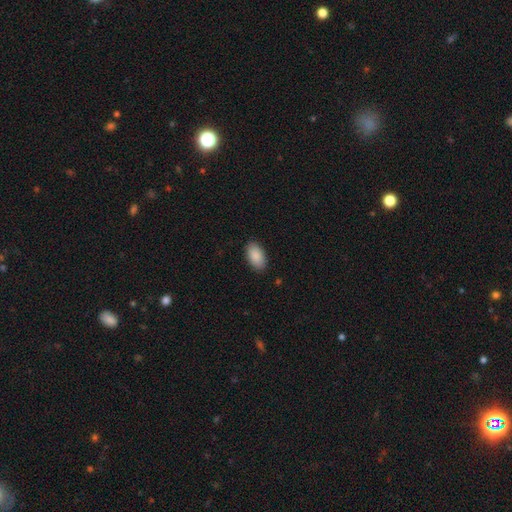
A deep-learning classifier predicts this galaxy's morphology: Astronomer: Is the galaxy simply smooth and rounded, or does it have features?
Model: smooth — 90%.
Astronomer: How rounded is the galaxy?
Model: in between — 95%.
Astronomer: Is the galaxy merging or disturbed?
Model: none — 89%.